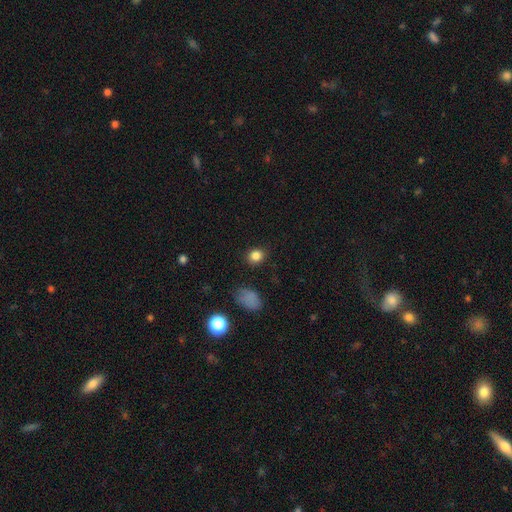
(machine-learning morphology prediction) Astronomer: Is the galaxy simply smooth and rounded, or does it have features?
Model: smooth — 84%.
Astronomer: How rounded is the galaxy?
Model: round — 66%.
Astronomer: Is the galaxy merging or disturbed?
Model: none — 87%.